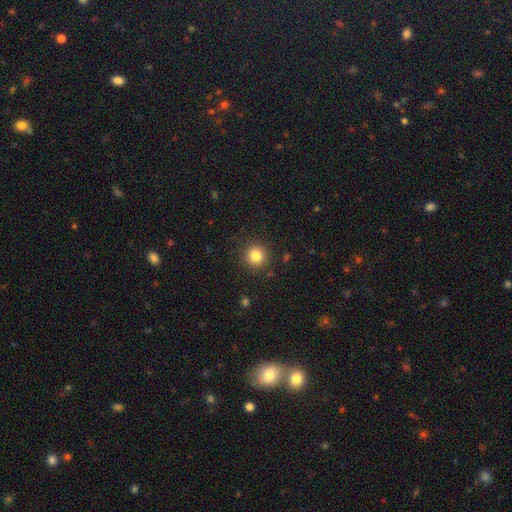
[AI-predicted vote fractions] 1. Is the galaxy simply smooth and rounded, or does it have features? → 83% smooth, 11% star or artifact, 5% featured or disk.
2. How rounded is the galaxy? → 94% round, 5% in between, 1% cigar-shaped.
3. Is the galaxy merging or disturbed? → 90% none, 6% minor disturbance, 2% major disturbance, 1% merger.